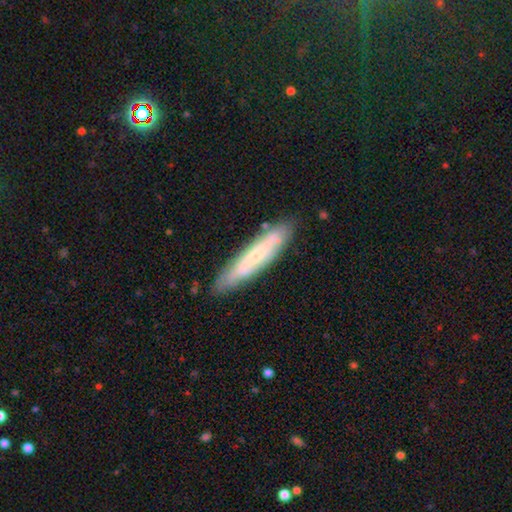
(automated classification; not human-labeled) This appears to be a featured or disk galaxy (51%) viewed edge-on (59%). Merging: none (83%).